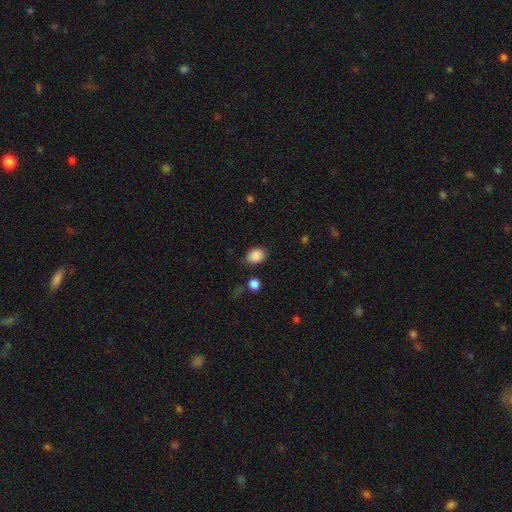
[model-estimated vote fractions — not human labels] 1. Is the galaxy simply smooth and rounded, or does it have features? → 87% smooth, 9% star or artifact, 4% featured or disk.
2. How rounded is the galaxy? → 56% in between, 44% round, 1% cigar-shaped.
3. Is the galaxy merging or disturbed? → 77% none, 16% minor disturbance, 4% major disturbance, 3% merger.